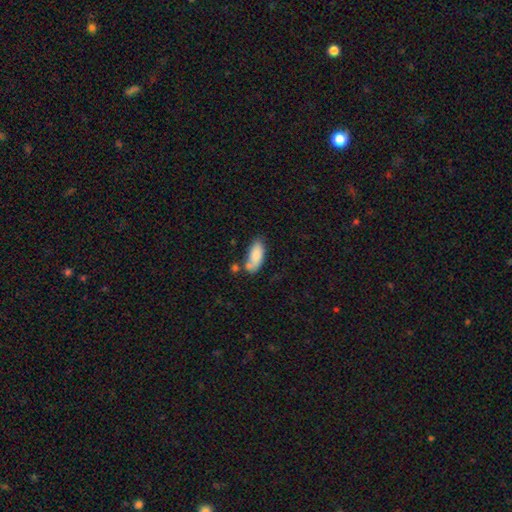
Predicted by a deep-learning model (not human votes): Overall: smooth (82%). How rounded: in between (85%). Merging: none (53%; minor disturbance 23%).